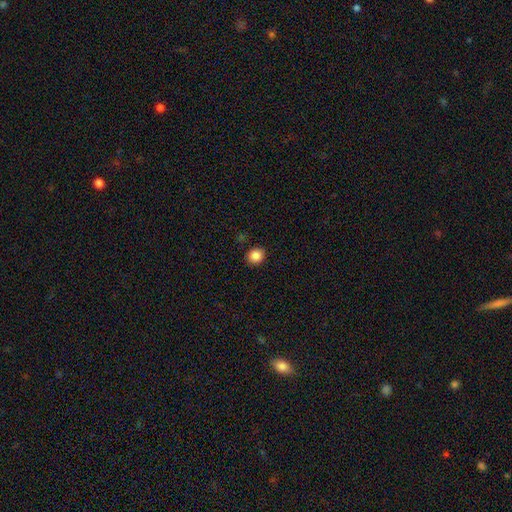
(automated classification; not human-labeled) Morphology: type=smooth (85%); roundness=round (77%); merging=none (90%).